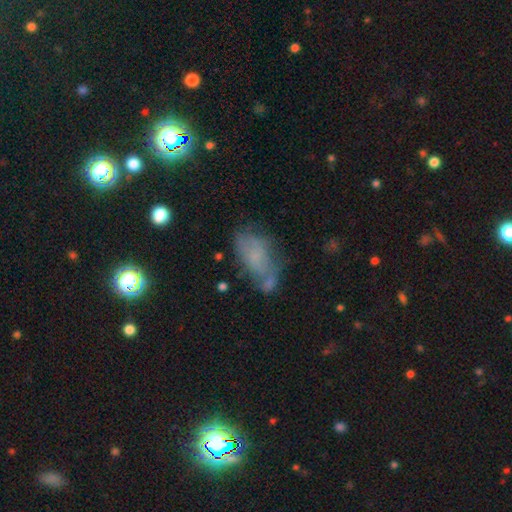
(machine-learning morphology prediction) This appears to be a smooth galaxy with no disk features (51%) that is in between round and cigar-shaped (88%). Merging: none (40%).